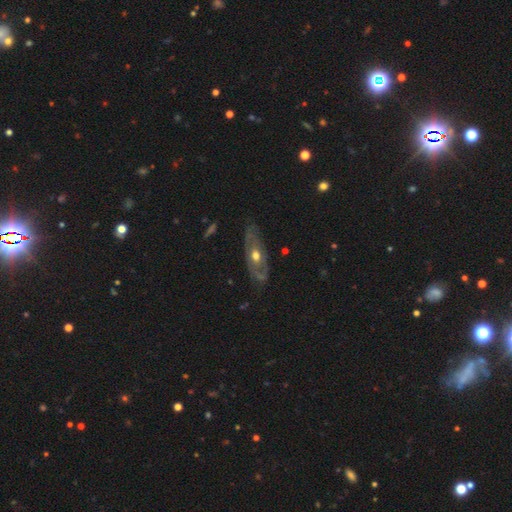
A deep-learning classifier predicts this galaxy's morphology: type=featured or disk (73%); edge-on=no (80%); bar=no (80%); spiral arms=no (52%); bulge=moderate (76%); merging=none (74%).